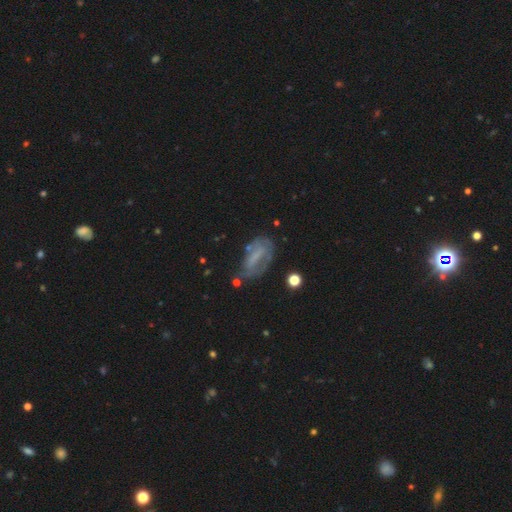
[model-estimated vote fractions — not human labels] Overall: featured or disk (48%; smooth 40%). Merging: none (49%; minor disturbance 27%).